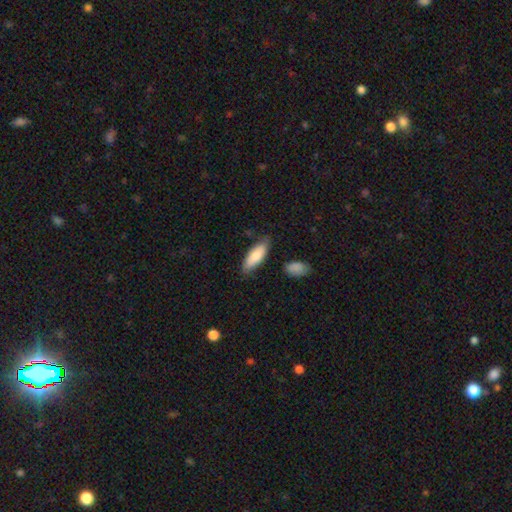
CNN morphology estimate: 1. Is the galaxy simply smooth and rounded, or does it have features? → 84% smooth, 11% featured or disk, 5% star or artifact.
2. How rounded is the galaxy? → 69% in between, 29% cigar-shaped, 2% round.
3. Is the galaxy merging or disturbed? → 78% none, 16% minor disturbance, 3% merger, 3% major disturbance.